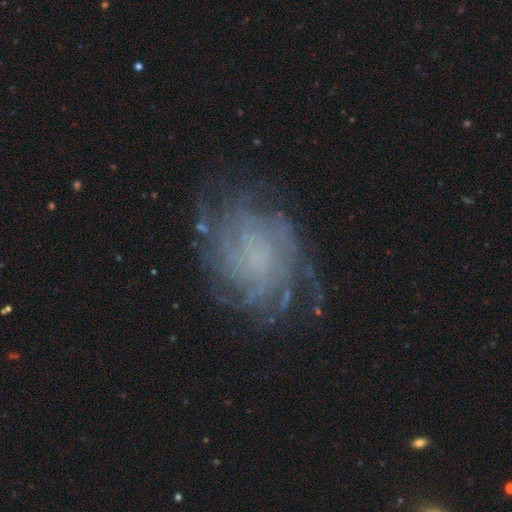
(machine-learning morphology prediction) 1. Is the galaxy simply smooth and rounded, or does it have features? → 80% featured or disk, 10% star or artifact, 10% smooth.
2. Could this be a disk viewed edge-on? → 97% no, 3% yes.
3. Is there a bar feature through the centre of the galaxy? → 72% no, 23% weak, 5% strong.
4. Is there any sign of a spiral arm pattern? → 94% yes, 6% no.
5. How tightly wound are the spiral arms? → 64% tight, 27% medium, 9% loose.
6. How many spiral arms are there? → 40% can't tell, 17% more than 4, 15% 4, 11% 3, 10% 2, 8% 1.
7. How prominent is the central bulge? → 45% none, 34% small, 15% moderate, 5% large, 1% dominant.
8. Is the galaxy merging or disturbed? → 72% none, 16% minor disturbance, 10% major disturbance, 2% merger.